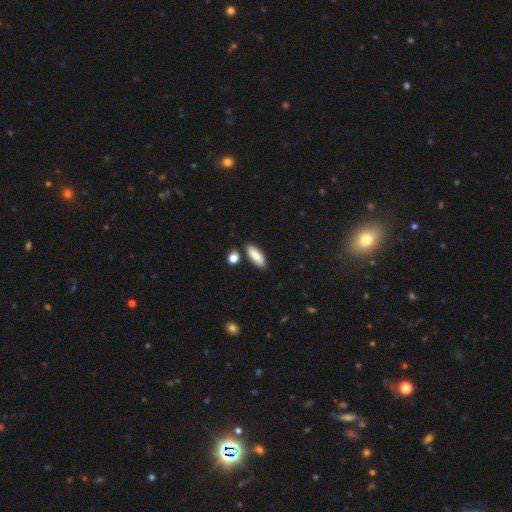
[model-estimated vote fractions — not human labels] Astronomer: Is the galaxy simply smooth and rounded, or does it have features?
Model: smooth — 82%.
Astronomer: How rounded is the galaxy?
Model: in between — 74%.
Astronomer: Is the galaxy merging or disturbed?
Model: none — 81%.